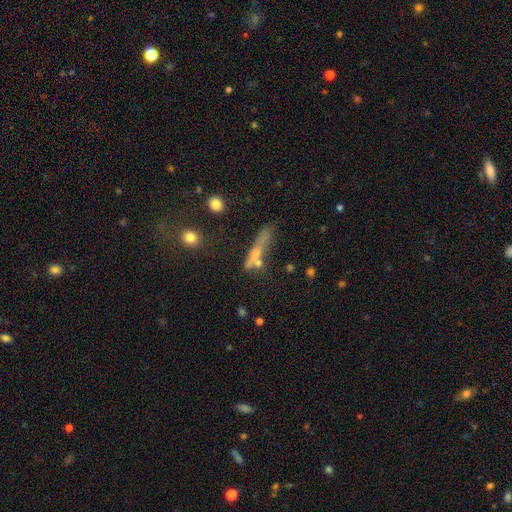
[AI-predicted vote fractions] Overall: smooth (53%; featured or disk 34%). How rounded: cigar-shaped (76%). Merging: none (40%; merger 25%).